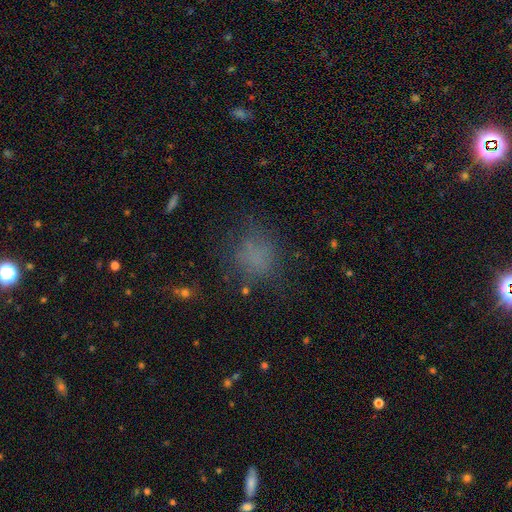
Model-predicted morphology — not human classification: This is likely a smooth galaxy (65%). How rounded: likely round (67%). Merging: likely none (62%).